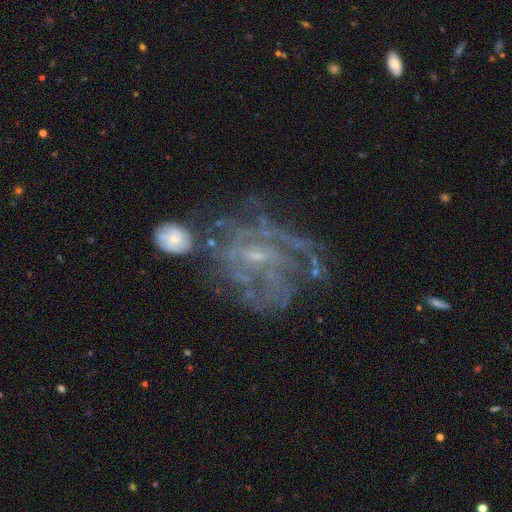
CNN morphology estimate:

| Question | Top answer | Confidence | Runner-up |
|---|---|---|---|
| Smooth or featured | featured or disk | 77% | star or artifact (12%) |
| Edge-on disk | no | 97% | yes (3%) |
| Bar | no | 52% | weak (39%) |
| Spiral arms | yes | 71% | no (29%) |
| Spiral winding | tight | 47% | medium (35%) |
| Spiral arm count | can't tell | 54% | 3 (13%) |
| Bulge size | small | 69% | none (14%) |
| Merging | none | 39% | major disturbance (29%) |